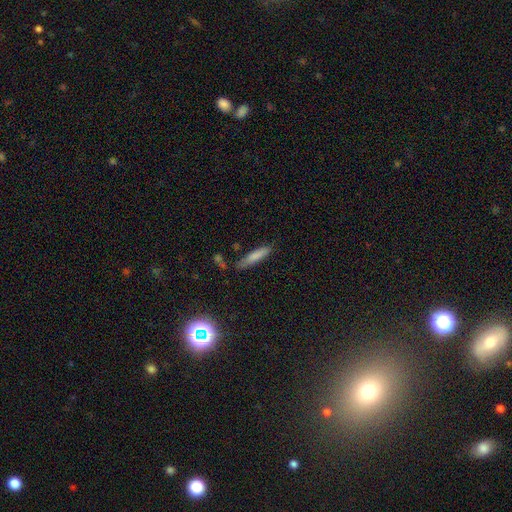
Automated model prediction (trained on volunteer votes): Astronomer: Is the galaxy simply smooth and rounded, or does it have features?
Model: smooth — 79%.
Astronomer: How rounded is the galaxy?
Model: cigar-shaped — 85%.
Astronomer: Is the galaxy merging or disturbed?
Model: none — 75%.